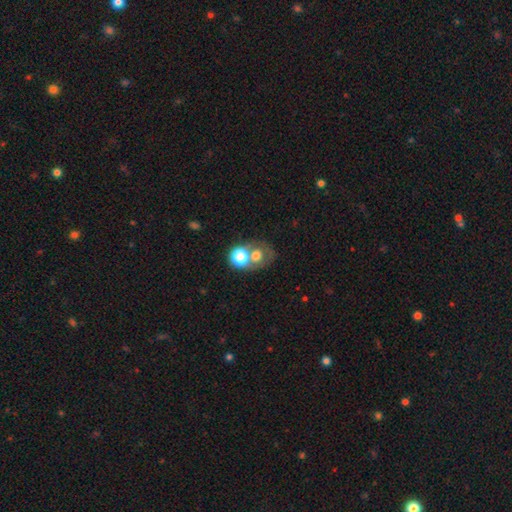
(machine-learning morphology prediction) Overall: smooth (62%; featured or disk 25%). How rounded: round (67%; in between 32%). Merging: merger (55%; none 31%).